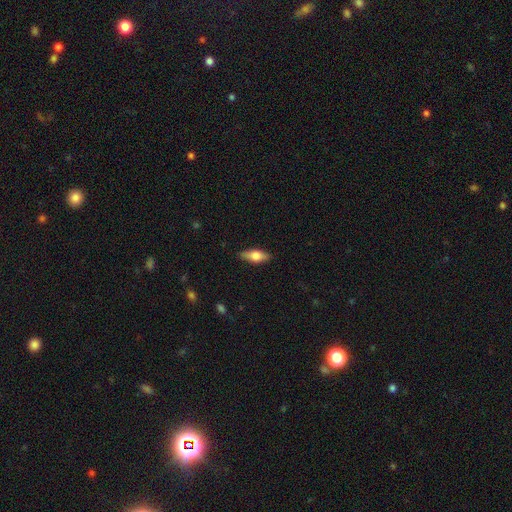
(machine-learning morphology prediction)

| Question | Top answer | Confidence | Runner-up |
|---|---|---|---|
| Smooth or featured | smooth | 60% | featured or disk (34%) |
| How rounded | in between | 69% | cigar-shaped (28%) |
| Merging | none | 86% | minor disturbance (10%) |